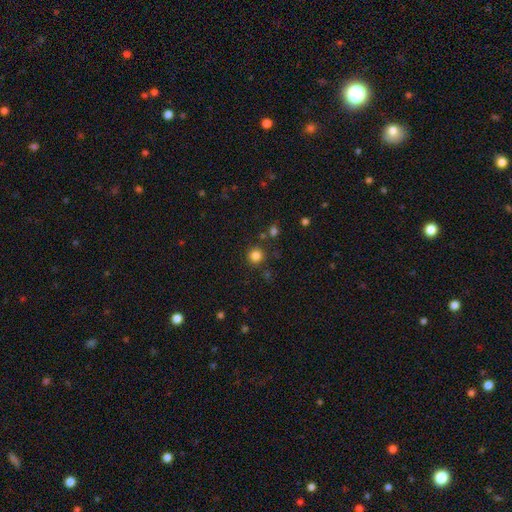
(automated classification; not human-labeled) Smooth or featured: smooth — 82% (star or artifact — 14%)
How rounded: round — 94% (in between — 5%)
Merging: none — 85% (minor disturbance — 7%)